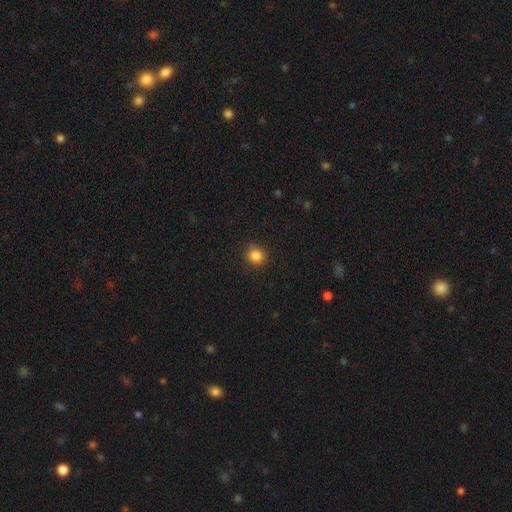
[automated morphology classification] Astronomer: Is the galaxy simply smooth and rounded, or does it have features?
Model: smooth — 84%.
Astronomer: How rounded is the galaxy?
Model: round — 88%.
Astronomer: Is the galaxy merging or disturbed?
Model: none — 82%.